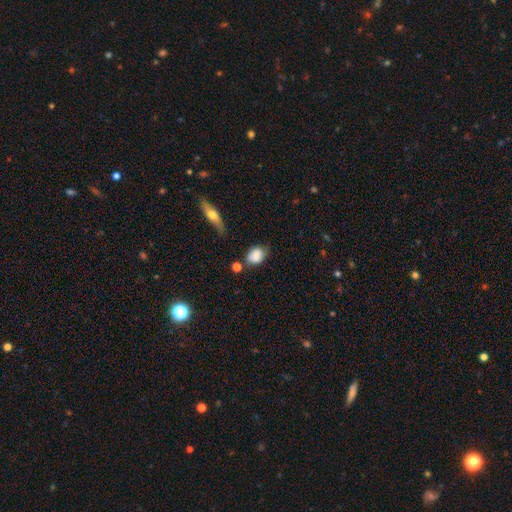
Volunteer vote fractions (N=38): Smooth or featured?
  - smooth: 87% *
  - featured or disk: 11%
  - star or artifact: 3%
How rounded?
  - round: 48% * (tied)
  - in between: 48% * (tied)
  - cigar-shaped: 3%
Merging?
  - none: 73% *
  - minor disturbance: 24%
  - merger: 3%
  - major disturbance: 0%